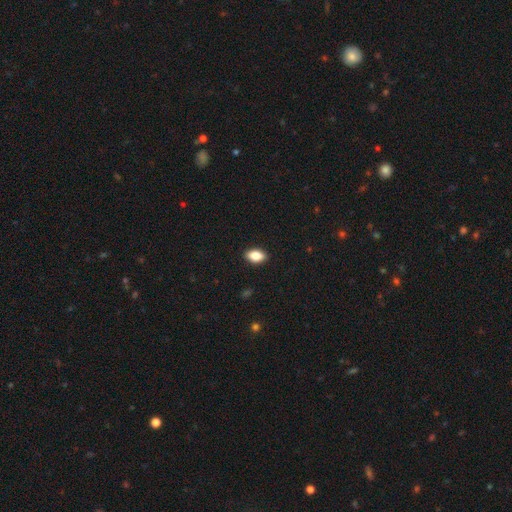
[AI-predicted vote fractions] Morphology: type=smooth (85%); roundness=in between (90%); merging=none (90%).